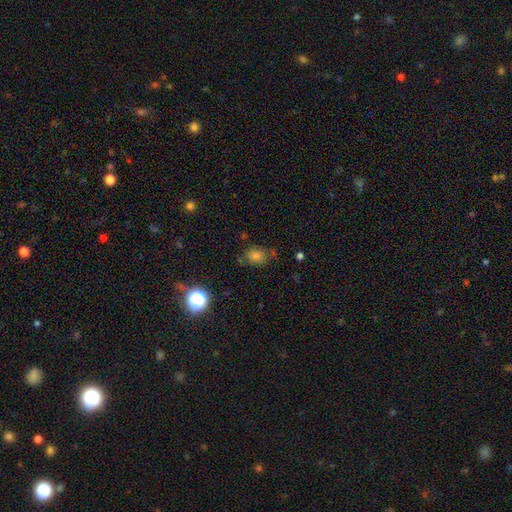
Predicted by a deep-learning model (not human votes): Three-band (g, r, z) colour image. It shows a smooth galaxy with no disk features (70%) that is in between round and cigar-shaped (52%). Merging: none (71%).